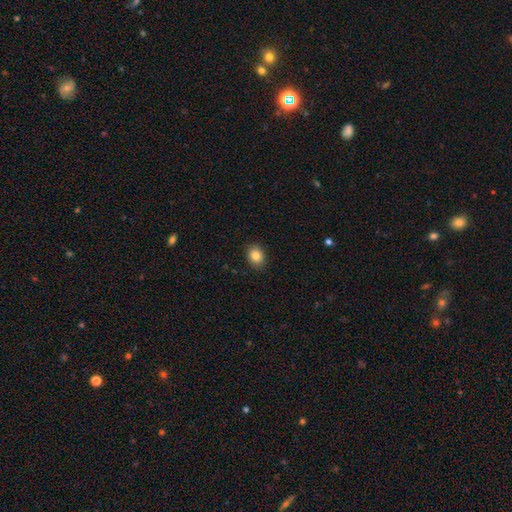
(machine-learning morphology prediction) This is clearly a smooth galaxy (85%). How rounded: possibly in between (54%). Merging: clearly none (89%).